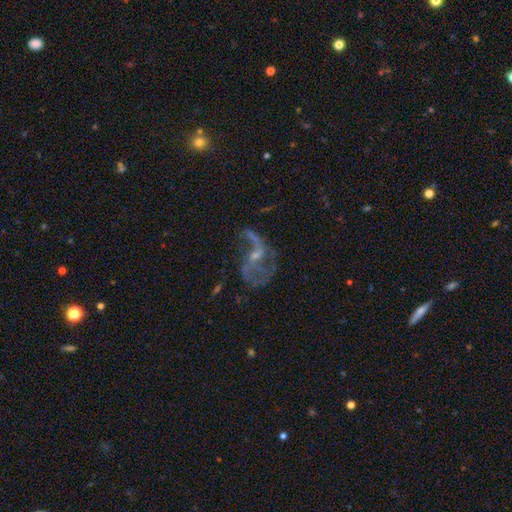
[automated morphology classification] Overall: featured or disk (77%). Edge-on disk: no (97%). Bar: no (49%; weak 40%). Spiral arms: yes (78%). Spiral arm count: 2 (58%). Spiral winding: loose (76%). Bulge size: small (59%; moderate 23%). Merging: none (39%; major disturbance 38%).